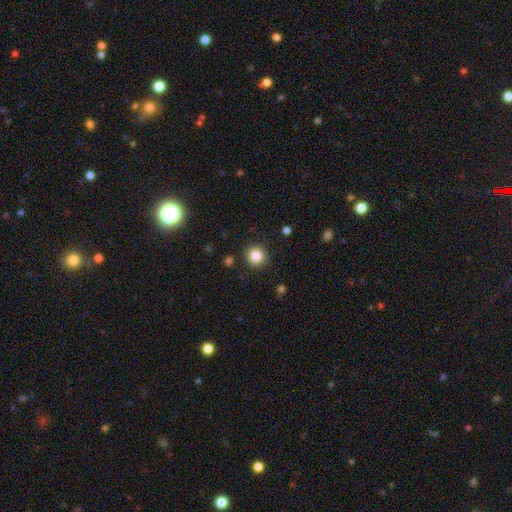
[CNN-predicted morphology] Overall: smooth (85%). How rounded: round (93%). Merging: none (91%).